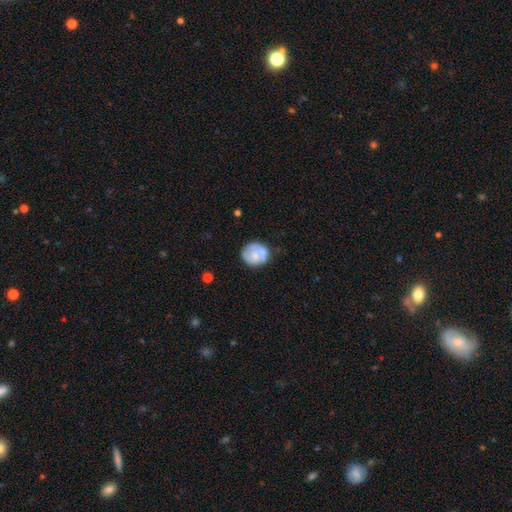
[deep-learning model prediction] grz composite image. It shows a smooth galaxy with no disk features (55%) that is round (72%). Merging: none (56%).